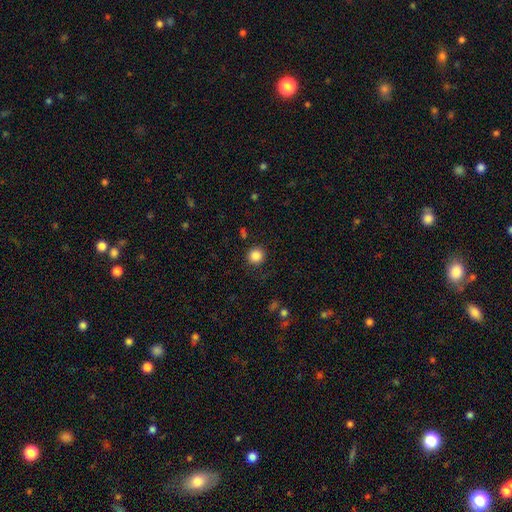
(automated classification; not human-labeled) This is clearly a smooth galaxy (86%). How rounded: clearly round (94%). Merging: clearly none (87%).